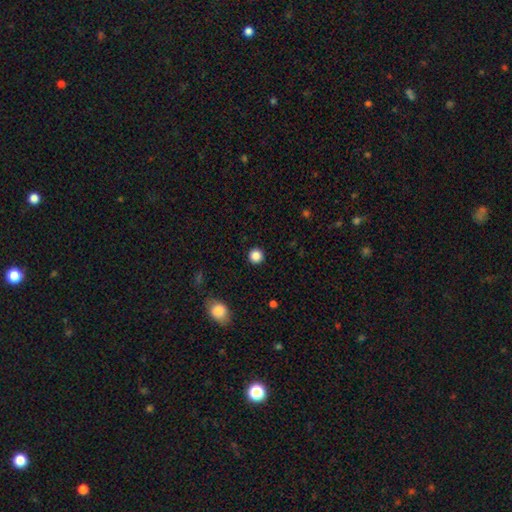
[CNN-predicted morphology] The model was most divided on "smooth or featured": smooth: 86%, star or artifact: 10%, featured or disk: 3%. More confident: how rounded — round (95%); merging — none (93%).